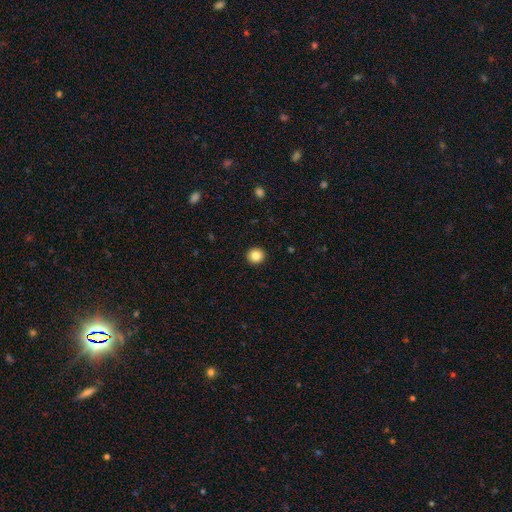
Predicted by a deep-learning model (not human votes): Smooth or featured? Predicted: smooth (p=0.84). How rounded? Predicted: round (p=0.92). Merging? Predicted: none (p=0.93).